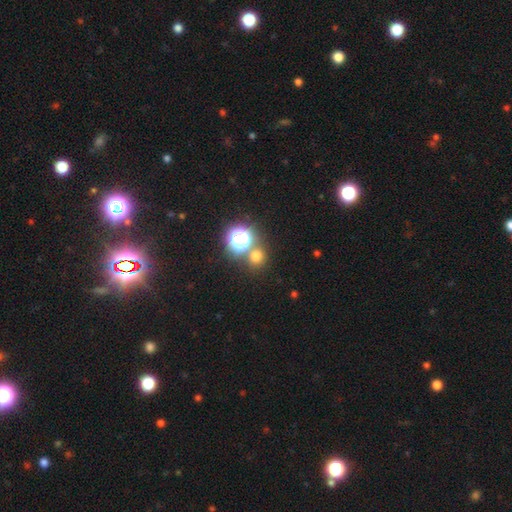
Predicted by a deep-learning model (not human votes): smooth_or_featured: smooth (p=0.65) [alt: star or artifact p=0.29]
how_rounded: round (p=0.88) [alt: in between p=0.11]
merging: none (p=0.73) [alt: merger p=0.17]